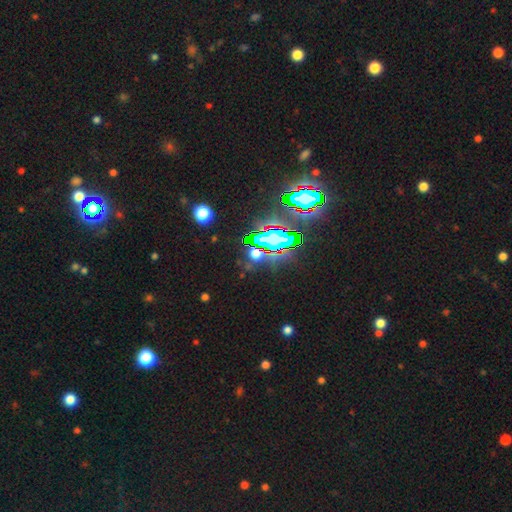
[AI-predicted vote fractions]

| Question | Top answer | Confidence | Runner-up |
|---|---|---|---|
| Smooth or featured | star or artifact | 81% | smooth (10%) |